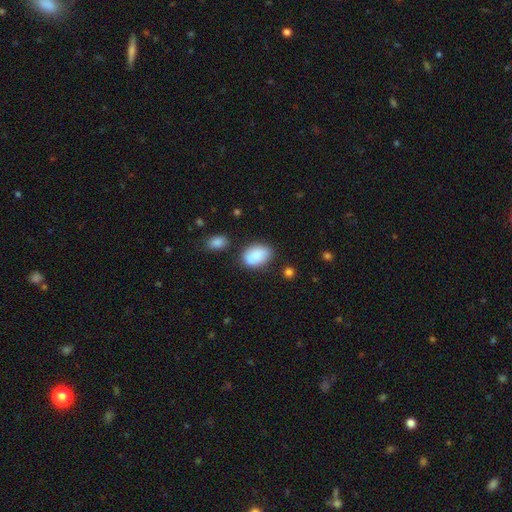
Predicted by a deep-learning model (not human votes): This appears to be a smooth galaxy with no disk features (85%) that is in between round and cigar-shaped (83%). Merging: none (72%).